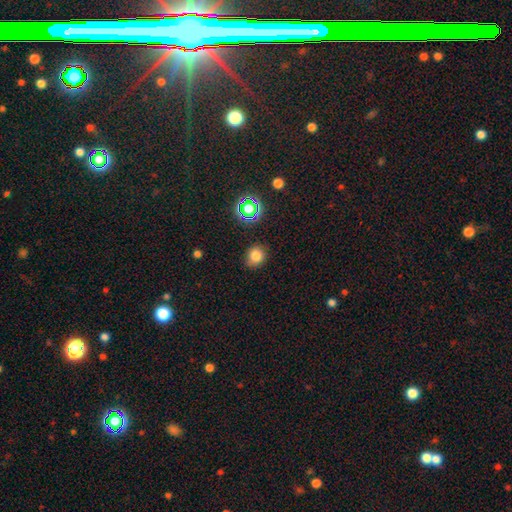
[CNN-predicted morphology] A smooth galaxy with no disk features (78%) that is round (76%). Merging: none (83%).